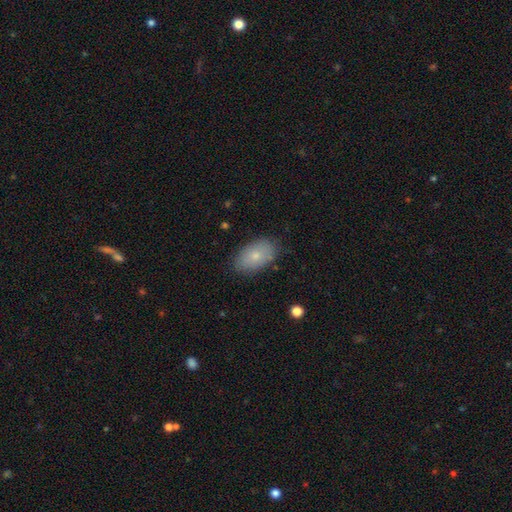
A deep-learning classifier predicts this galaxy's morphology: type=smooth (77%); roundness=in between (93%); merging=none (83%).